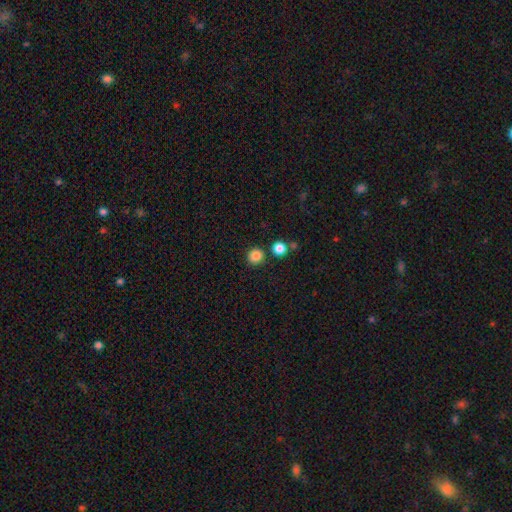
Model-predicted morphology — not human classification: Smooth or featured: smooth — 84% (star or artifact — 12%)
How rounded: round — 92% (in between — 7%)
Merging: none — 85% (merger — 6%)